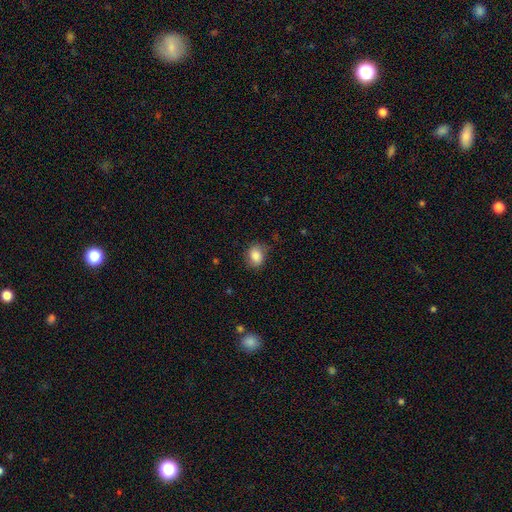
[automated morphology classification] Q: Smooth or featured?
A: smooth (83%); runner-up: featured or disk (9%)
Q: How rounded?
A: round (50%); runner-up: in between (49%)
Q: Merging?
A: none (74%); runner-up: minor disturbance (20%)